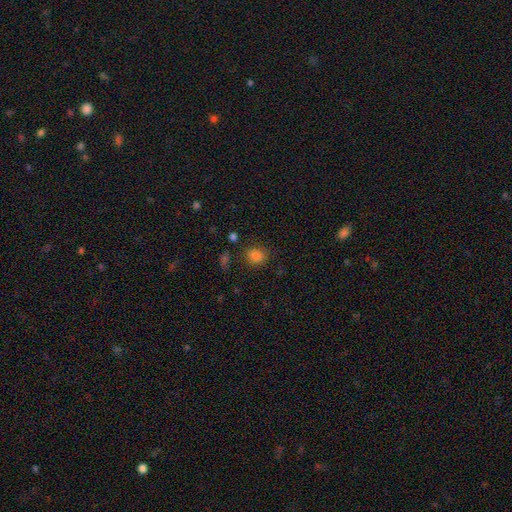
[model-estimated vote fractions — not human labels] Smooth or featured? smooth (80%)
How rounded? in between (58%)
Merging? none (75%)